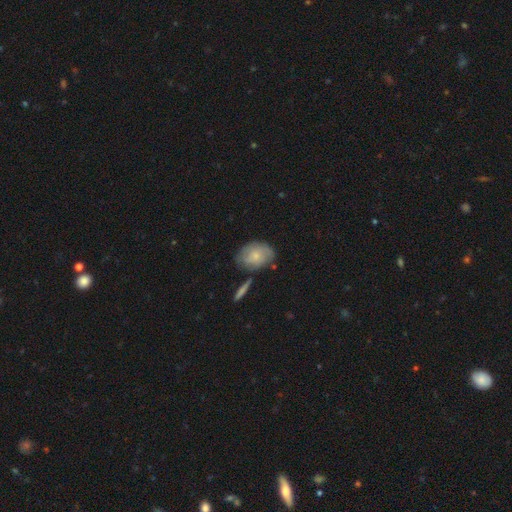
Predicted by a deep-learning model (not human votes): smooth 63%, featured or disk 31%, star or artifact 6%. Down the decision tree: how rounded — in between (73%); merging — none (61%).